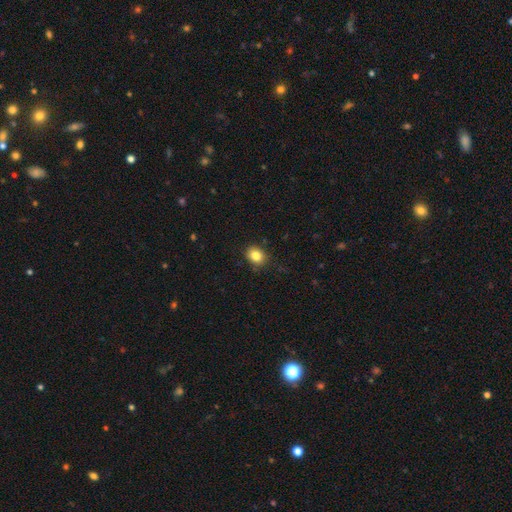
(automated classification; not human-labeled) Smooth or featured?
  - smooth: 83% *
  - star or artifact: 10%
  - featured or disk: 6%
How rounded?
  - round: 52% *
  - in between: 47%
  - cigar-shaped: 1%
Merging?
  - none: 87% *
  - minor disturbance: 10%
  - major disturbance: 2%
  - merger: 1%